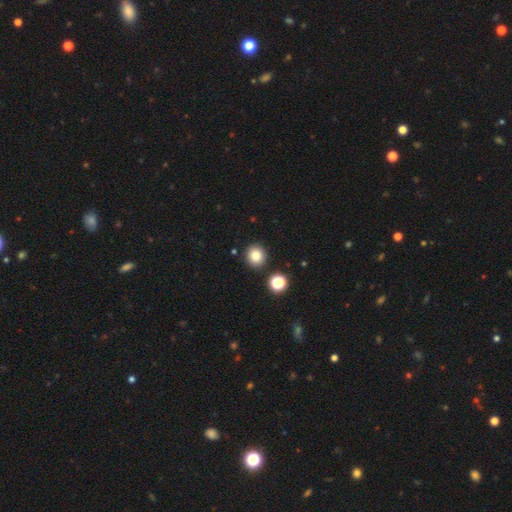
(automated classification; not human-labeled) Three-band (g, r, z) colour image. It shows a smooth galaxy with no disk features (82%) that is round (88%). Merging: none (87%).